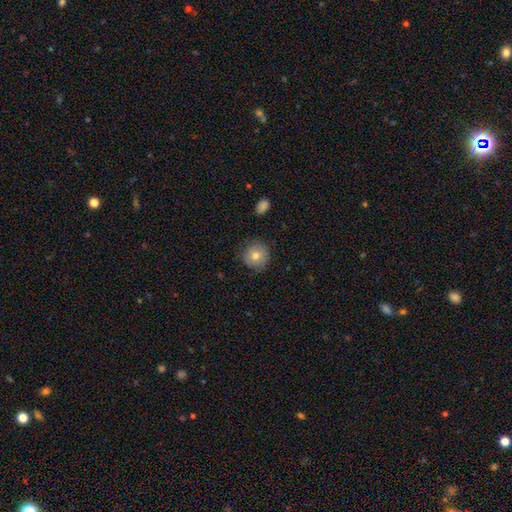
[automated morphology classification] This is likely a smooth galaxy (75%). How rounded: clearly round (92%). Merging: clearly none (82%).